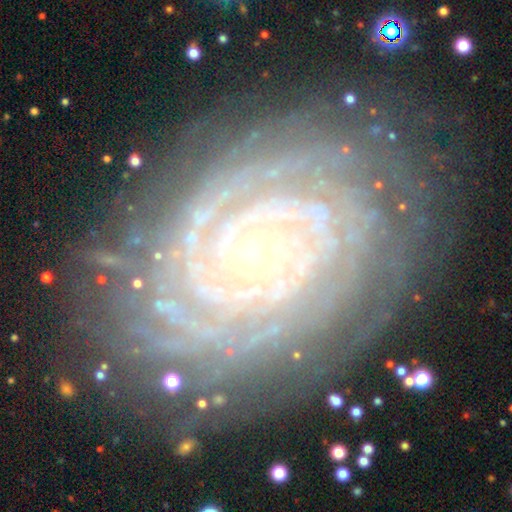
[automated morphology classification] This is clearly a featured or disk galaxy (90%). It is clearly not viewed edge-on (97%). Bar: likely no (73%). Spiral arm pattern: clearly yes (99%). Spiral arm count: marginally 2 (28%). Spiral winding: clearly tight (90%). Central bulge: clearly small (86%). Merging: clearly none (82%).